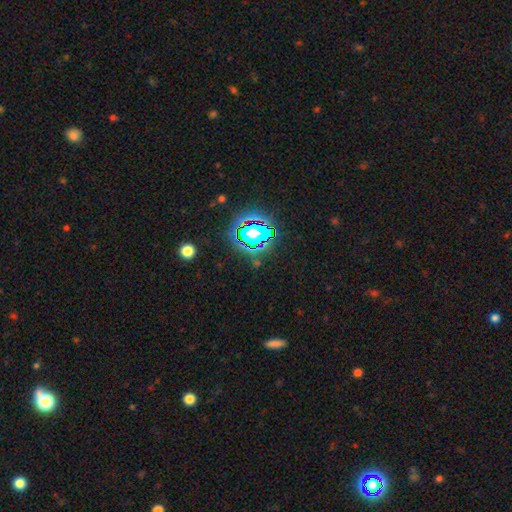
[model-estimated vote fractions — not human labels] This is likely a star or artifact rather than a galaxy (75%).